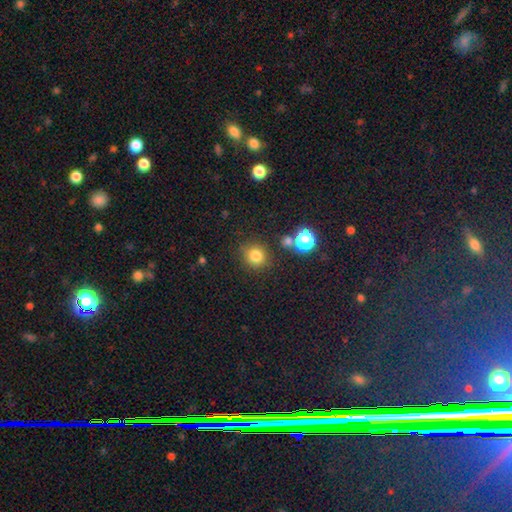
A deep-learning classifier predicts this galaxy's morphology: The model was most divided on "smooth or featured": smooth: 80%, star or artifact: 14%, featured or disk: 6%. More confident: how rounded — round (87%); merging — none (82%).